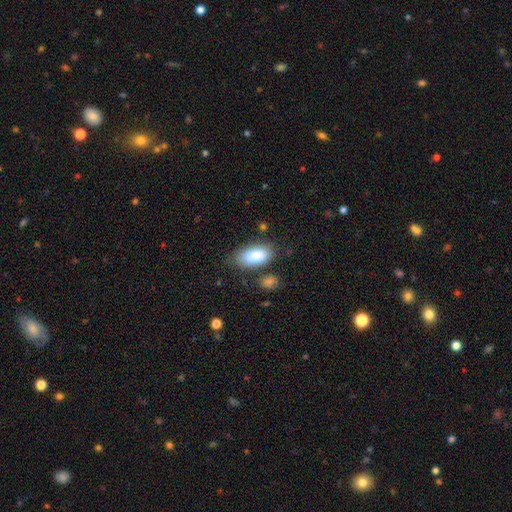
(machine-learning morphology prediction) smooth-or-featured: smooth: 85% | featured or disk: 8% | star or artifact: 6%
  how-rounded: in between: 93% | cigar-shaped: 4% | round: 3%
  merging: none: 72% | minor disturbance: 17% | merger: 6% | major disturbance: 5%